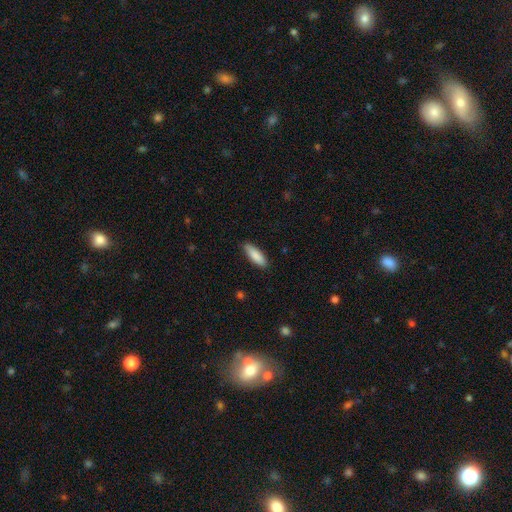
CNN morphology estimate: Smooth or featured? smooth (87%)
How rounded? in between (52%)
Merging? none (87%)